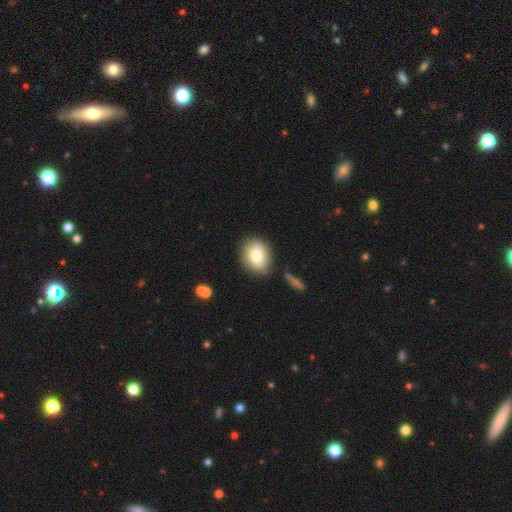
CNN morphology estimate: Smooth or featured: smooth — 76% (featured or disk — 16%)
How rounded: round — 49% (tied with in between — 49%)
Merging: none — 78% (minor disturbance — 14%)